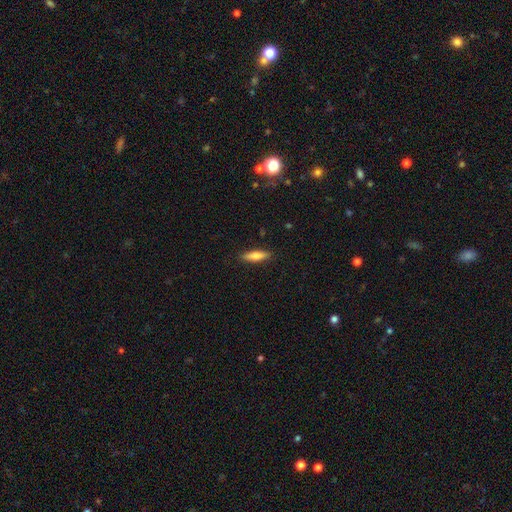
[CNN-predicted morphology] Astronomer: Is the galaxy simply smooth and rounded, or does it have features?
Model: smooth — 73%.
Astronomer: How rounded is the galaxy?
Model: cigar-shaped — 63%.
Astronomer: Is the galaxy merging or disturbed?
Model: none — 88%.